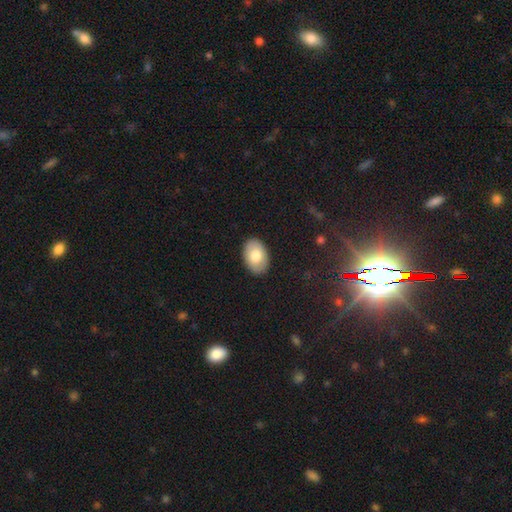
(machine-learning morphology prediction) This appears to be a smooth galaxy with no disk features (75%) that is in between round and cigar-shaped (86%). Merging: none (89%).